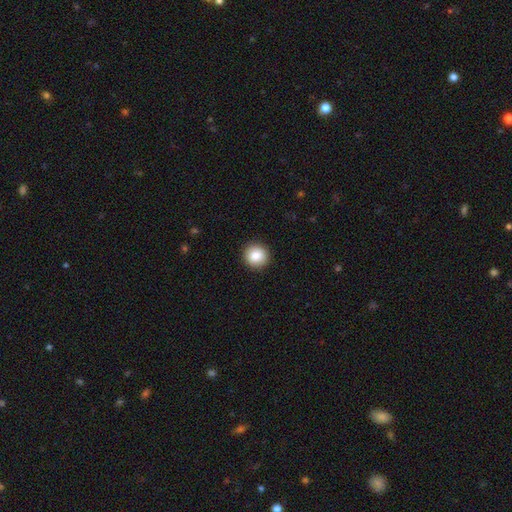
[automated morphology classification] type=smooth (86%); roundness=round (93%); merging=none (92%).